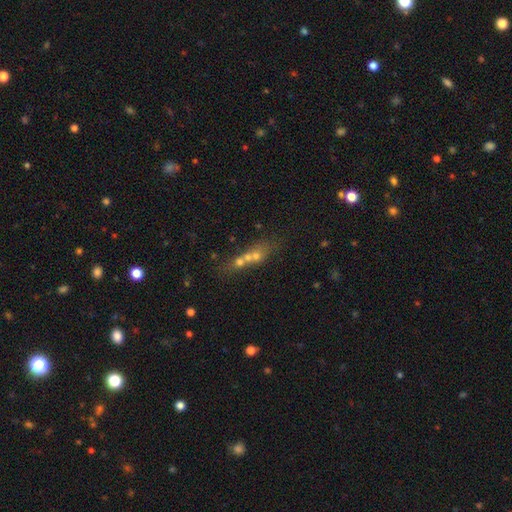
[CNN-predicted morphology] The model was most divided on "smooth or featured": smooth: 45%, featured or disk: 34%, star or artifact: 21%. More confident: merging — merger (57%).